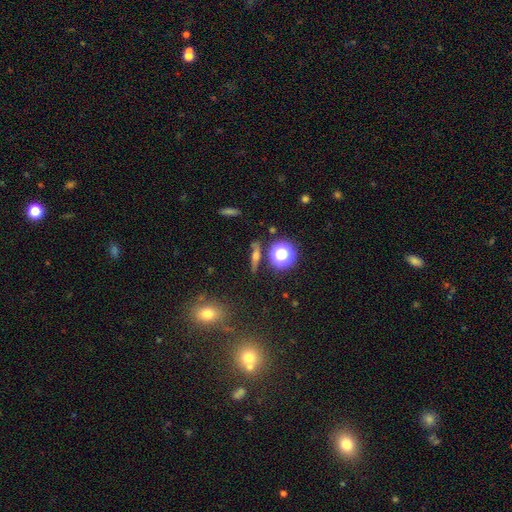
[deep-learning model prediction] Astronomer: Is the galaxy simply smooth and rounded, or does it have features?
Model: featured or disk — 42% (runner-up: smooth, 34%).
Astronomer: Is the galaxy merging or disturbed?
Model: none — 82%.